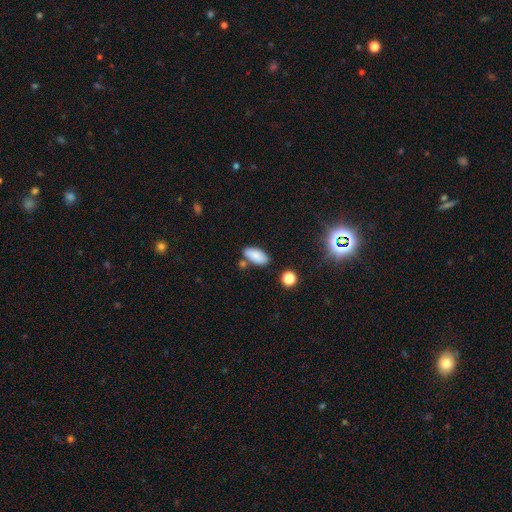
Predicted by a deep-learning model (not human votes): Morphology: type=smooth (86%); roundness=in between (91%); merging=none (75%).